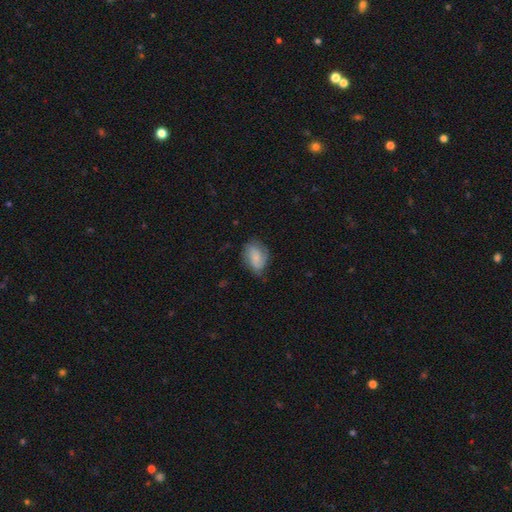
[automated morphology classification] A smooth galaxy with no disk features (68%) that is in between round and cigar-shaped (80%).

Vote fractions:
- Smooth or featured? smooth: 68% / featured or disk: 25% / star or artifact: 7%
- How rounded? in between: 80% / round: 18% / cigar-shaped: 2%
- Merging? none: 53% / minor disturbance: 34% / major disturbance: 11% / merger: 1%